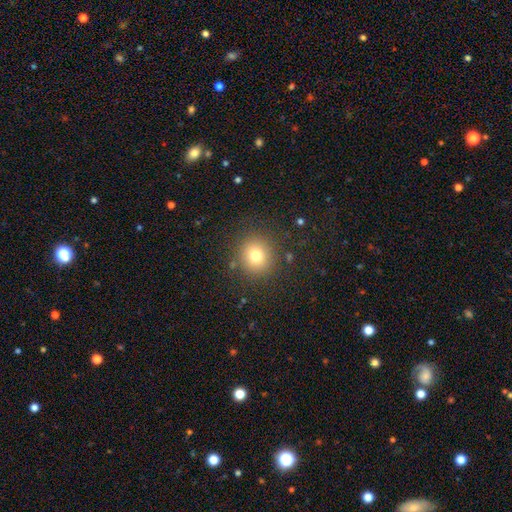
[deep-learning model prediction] smooth_or_featured: smooth (p=0.76) [alt: star or artifact p=0.14]
how_rounded: round (p=0.89) [alt: in between p=0.10]
merging: none (p=0.87) [alt: minor disturbance p=0.08]